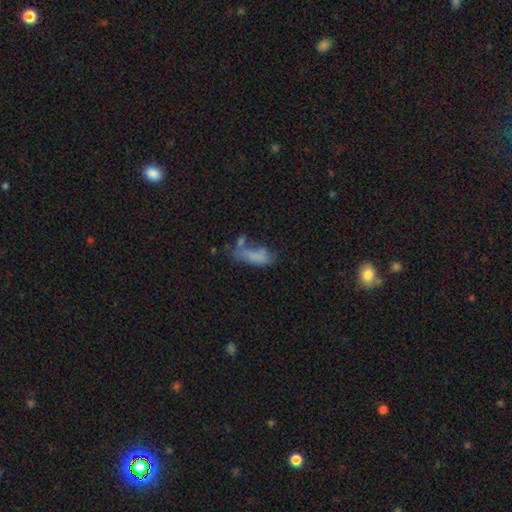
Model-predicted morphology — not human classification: type=smooth (66%); roundness=in between (69%); merging=none (30%).